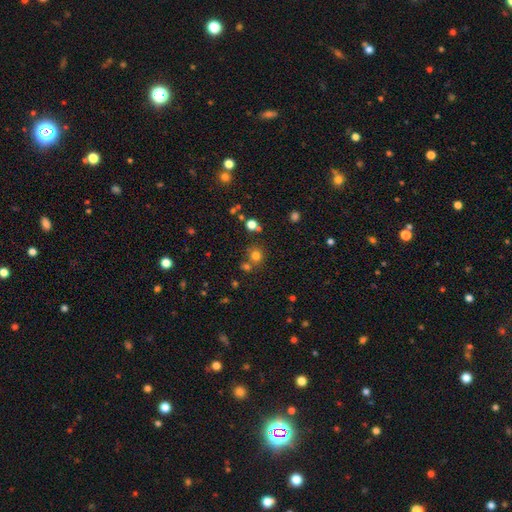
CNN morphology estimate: Smooth or featured? Predicted: smooth (p=0.72). How rounded? Predicted: round (p=0.88). Merging? Predicted: none (p=0.69).